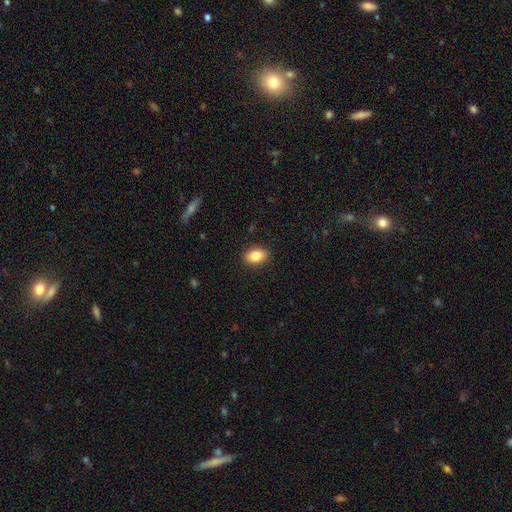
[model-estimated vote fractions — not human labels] A smooth galaxy with no disk features (85%) that is in between round and cigar-shaped (81%). Merging: none (89%).